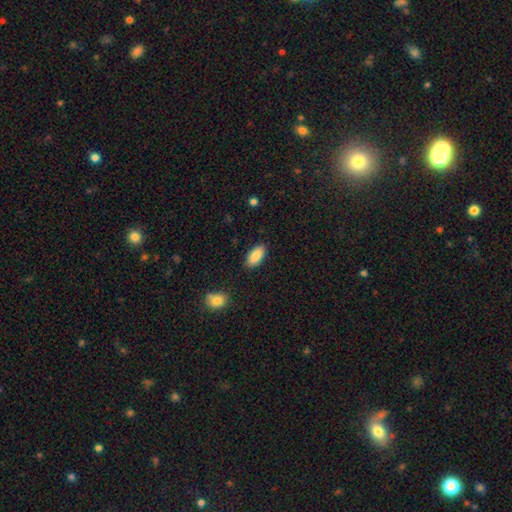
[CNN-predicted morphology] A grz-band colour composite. It shows a smooth galaxy with no disk features (89%) that is in between round and cigar-shaped (91%). Merging: none (86%).